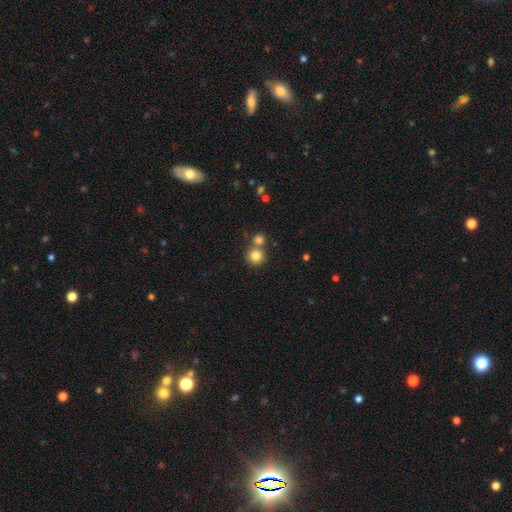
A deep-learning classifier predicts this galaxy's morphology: Smooth or featured?
  - smooth: 82% *
  - star or artifact: 11%
  - featured or disk: 7%
How rounded?
  - round: 93% *
  - in between: 6%
  - cigar-shaped: 1%
Merging?
  - none: 61% *
  - merger: 30%
  - minor disturbance: 6%
  - major disturbance: 2%